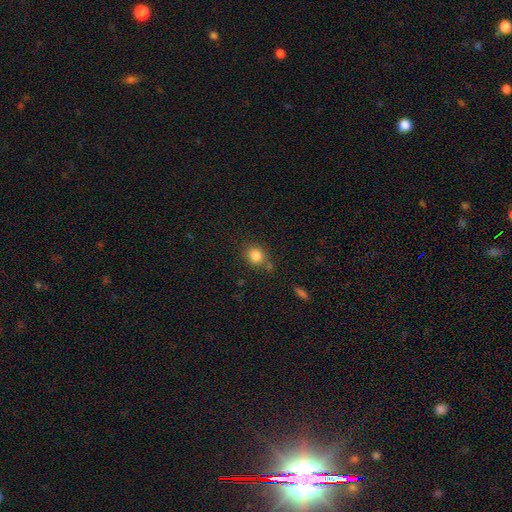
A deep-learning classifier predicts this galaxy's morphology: Smooth or featured: smooth — 84% (star or artifact — 10%)
How rounded: round — 67% (in between — 32%)
Merging: none — 67% (minor disturbance — 16%)